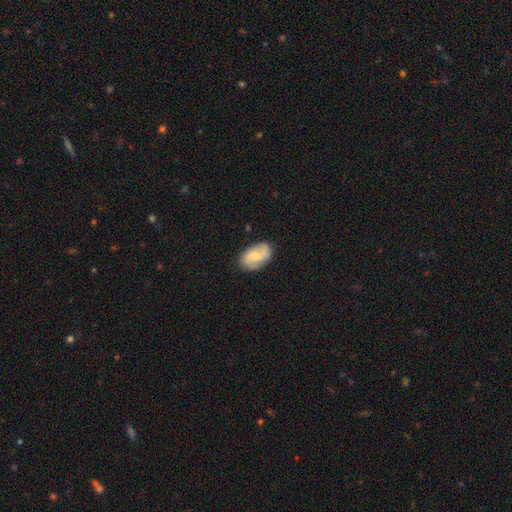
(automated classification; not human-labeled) Smooth or featured: featured or disk — 52% (smooth — 42%)
Edge-on disk: no — 96% (yes — 4%)
Bar: no — 47% (weak — 44%)
Spiral arms: yes — 86% (no — 14%)
Bulge size: small — 48% (moderate — 42%)
Merging: none — 78% (minor disturbance — 17%)